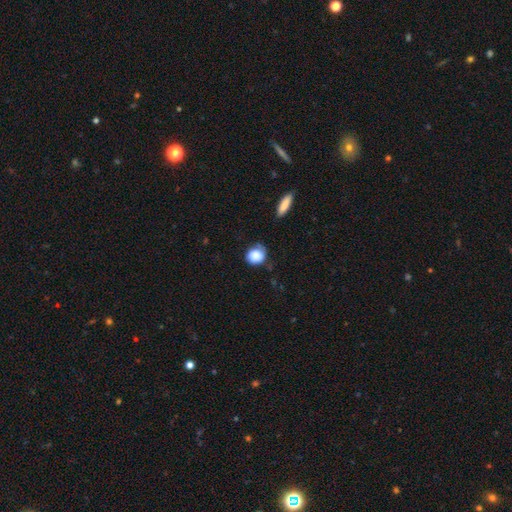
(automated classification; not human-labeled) Smooth or featured? Predicted: smooth (p=0.85). How rounded? Predicted: round (p=0.77). Merging? Predicted: none (p=0.58).